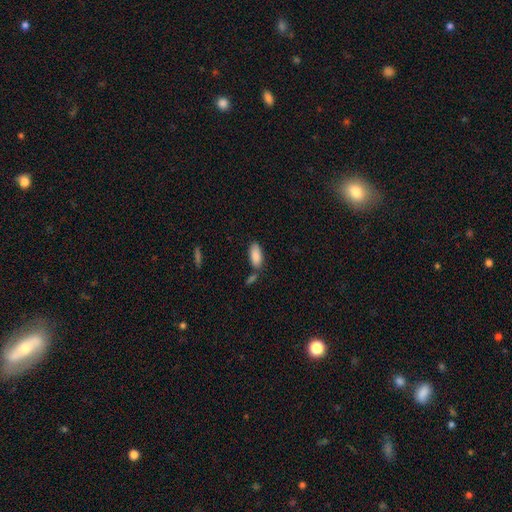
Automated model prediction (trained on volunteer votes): A smooth galaxy with no disk features (88%) that is in between round and cigar-shaped (87%). Merging: none (66%).